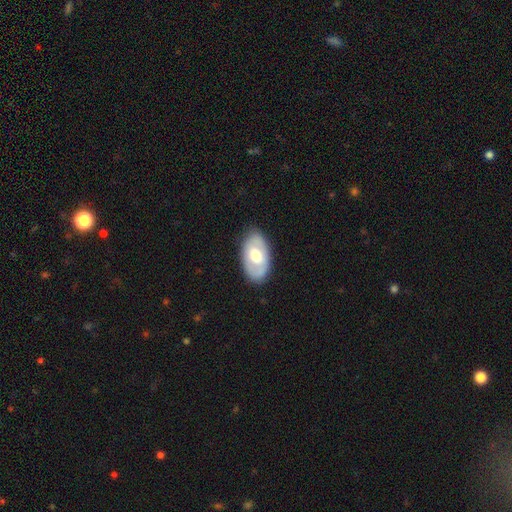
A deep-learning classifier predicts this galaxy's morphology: A smooth galaxy with no disk features (49%).

Vote fractions:
- Smooth or featured? smooth: 49% / featured or disk: 46% / star or artifact: 5%
- Merging? none: 81% / minor disturbance: 14% / major disturbance: 4% / merger: 1%